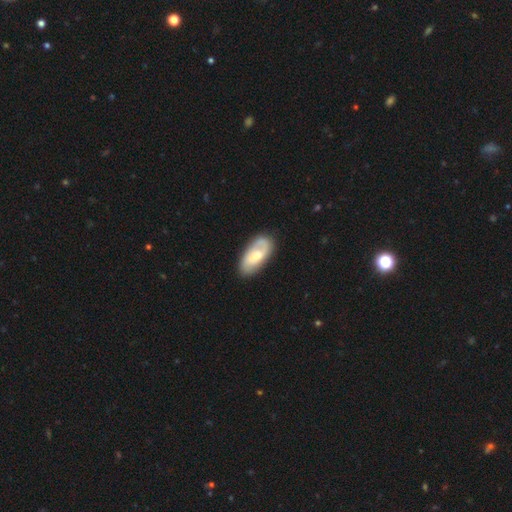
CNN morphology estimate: type=featured or disk (51%); edge-on=no (93%); merging=none (79%).